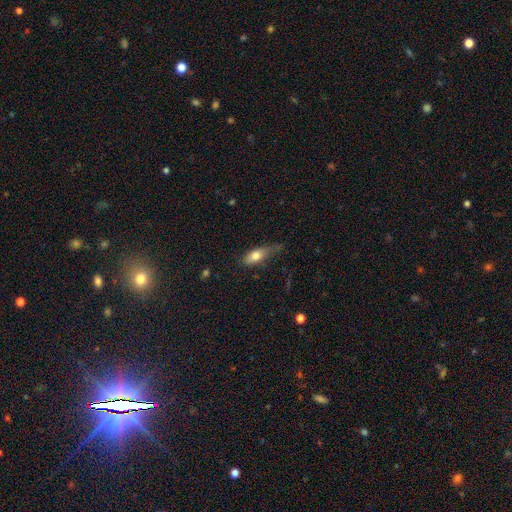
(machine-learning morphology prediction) Smooth or featured? Predicted: smooth (p=0.74). How rounded? Predicted: in between (p=0.71). Merging? Predicted: none (p=0.44).